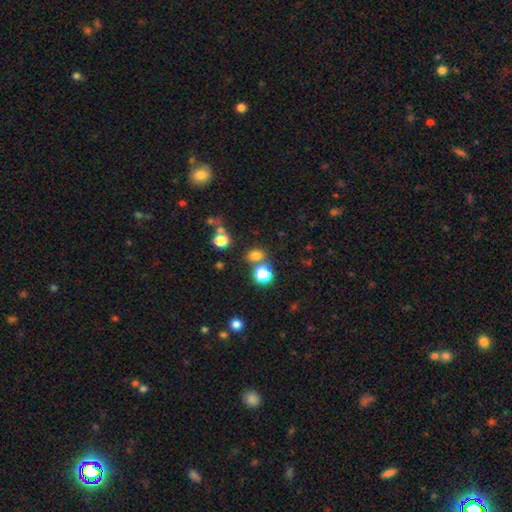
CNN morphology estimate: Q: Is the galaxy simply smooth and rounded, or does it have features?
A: smooth — 72%.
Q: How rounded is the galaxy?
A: round — 56%.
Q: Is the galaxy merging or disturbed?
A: none — 65%.